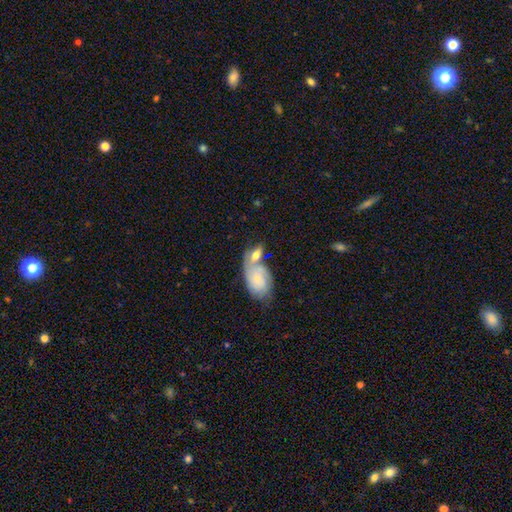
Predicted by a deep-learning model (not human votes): Smooth or featured? Predicted: smooth (p=0.64). How rounded? Predicted: in between (p=0.84). Merging? Predicted: merger (p=0.55).